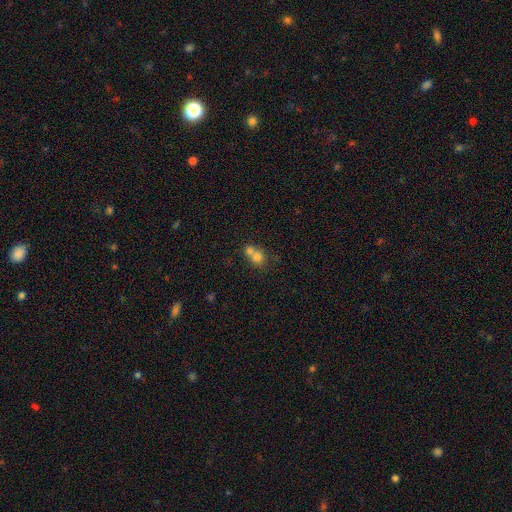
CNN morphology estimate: Smooth or featured? Predicted: smooth (p=0.74). How rounded? Predicted: round (p=0.76). Merging? Predicted: merger (p=0.64).